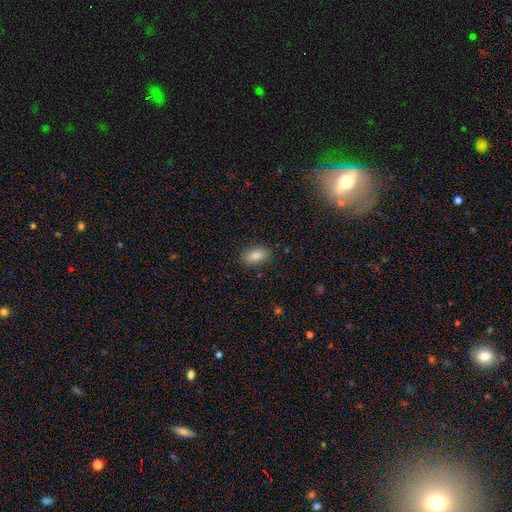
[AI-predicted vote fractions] Smooth or featured?
  - smooth: 85% *
  - star or artifact: 8%
  - featured or disk: 7%
How rounded?
  - in between: 91% *
  - round: 5%
  - cigar-shaped: 4%
Merging?
  - none: 86% *
  - minor disturbance: 10%
  - major disturbance: 3%
  - merger: 1%